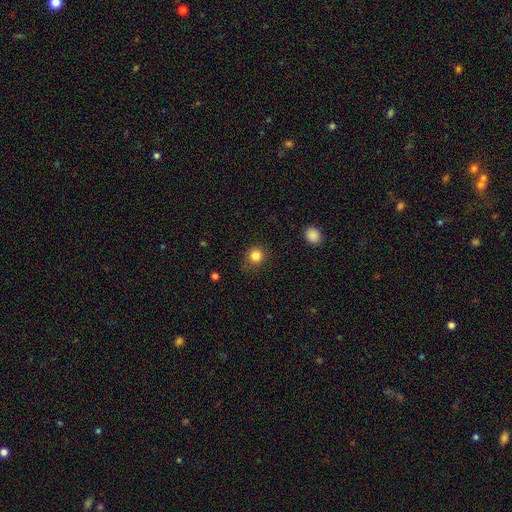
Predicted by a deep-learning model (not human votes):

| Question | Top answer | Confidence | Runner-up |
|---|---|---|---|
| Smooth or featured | smooth | 83% | star or artifact (12%) |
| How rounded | round | 89% | in between (10%) |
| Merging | none | 80% | minor disturbance (14%) |